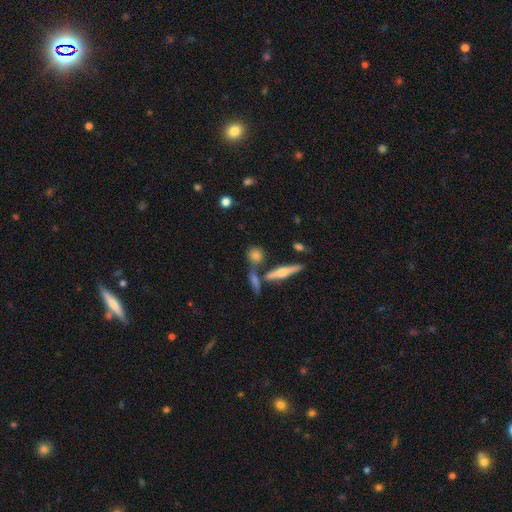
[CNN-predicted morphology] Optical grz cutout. It shows a smooth galaxy with no disk features (72%) that is round (63%). Merging: none (62%).